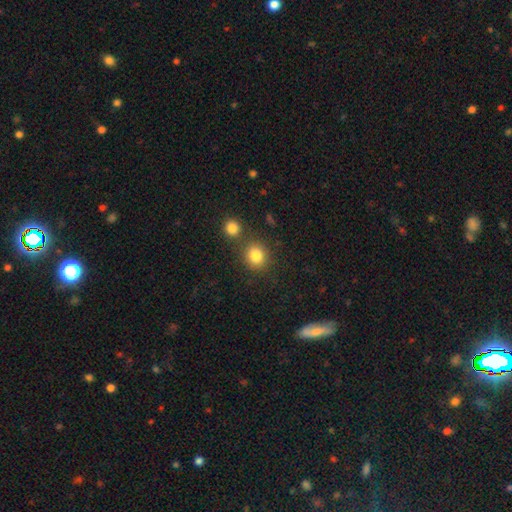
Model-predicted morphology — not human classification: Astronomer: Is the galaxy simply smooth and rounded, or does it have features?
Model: smooth — 83%.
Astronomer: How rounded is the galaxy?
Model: round — 82%.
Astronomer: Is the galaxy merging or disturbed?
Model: none — 76%.